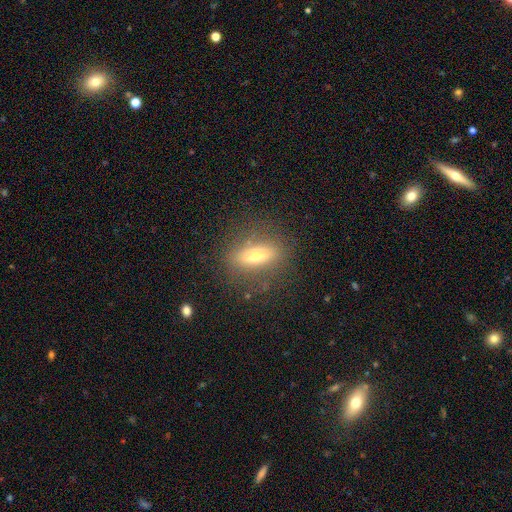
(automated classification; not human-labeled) This is marginally a smooth galaxy (45%). Merging: clearly none (84%).